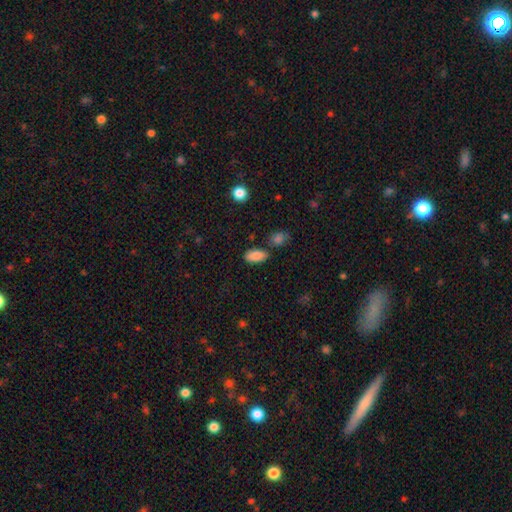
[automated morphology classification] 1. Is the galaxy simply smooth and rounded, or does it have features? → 87% smooth, 8% star or artifact, 5% featured or disk.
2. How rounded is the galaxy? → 91% in between, 5% cigar-shaped, 4% round.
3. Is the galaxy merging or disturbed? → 76% none, 14% minor disturbance, 6% merger, 3% major disturbance.